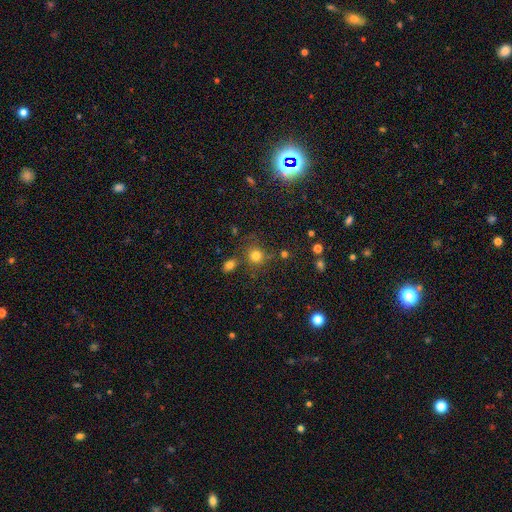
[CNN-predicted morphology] Overall: smooth (78%). How rounded: round (87%). Merging: none (72%).